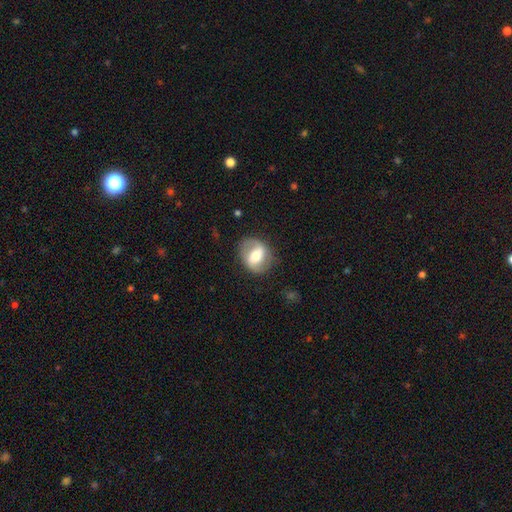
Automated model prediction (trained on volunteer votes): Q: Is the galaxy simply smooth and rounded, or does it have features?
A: featured or disk — 55%.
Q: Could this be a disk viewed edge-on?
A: no — 94%.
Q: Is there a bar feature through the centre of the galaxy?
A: strong — 43%.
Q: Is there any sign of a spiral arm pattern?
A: yes — 63%.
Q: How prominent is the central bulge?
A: moderate — 63%.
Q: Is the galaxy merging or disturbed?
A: none — 78%.